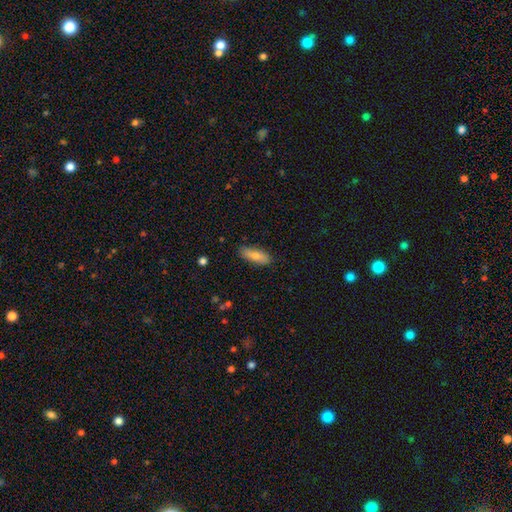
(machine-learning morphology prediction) Smooth or featured: smooth — 79% (featured or disk — 15%)
How rounded: in between — 67% (cigar-shaped — 30%)
Merging: none — 85% (minor disturbance — 12%)